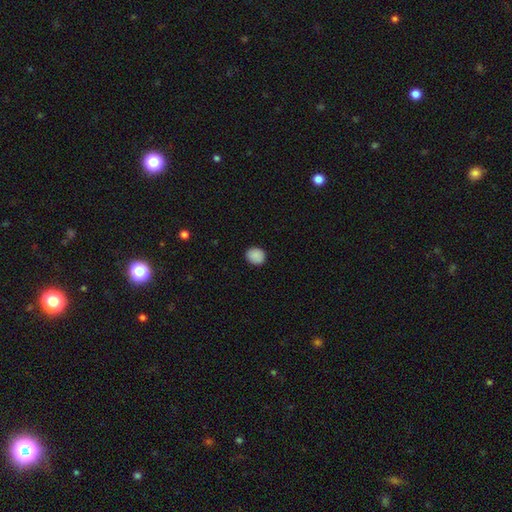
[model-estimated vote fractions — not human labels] smooth 88%, star or artifact 8%, featured or disk 3%. Down the decision tree: how rounded — round (68%); merging — none (89%).